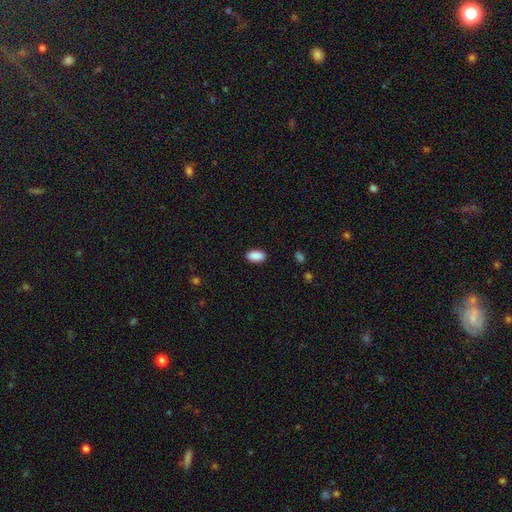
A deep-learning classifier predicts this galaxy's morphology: The model was most divided on "merging": none: 89%, minor disturbance: 8%, major disturbance: 2%, merger: 1%. More confident: how rounded — in between (94%); smooth or featured — smooth (90%).